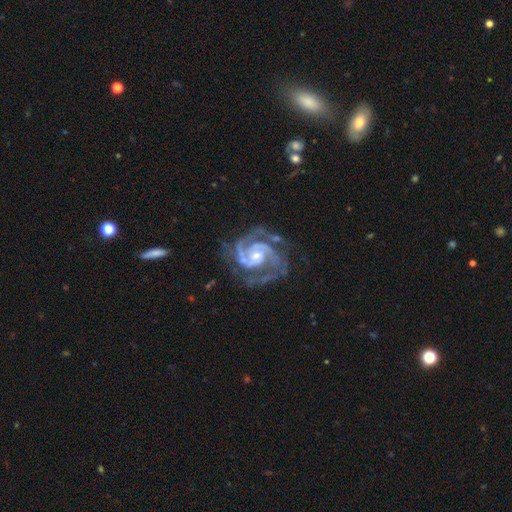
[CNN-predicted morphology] A featured or disk galaxy (94%) with no bar (55%), 2 (67%) tight (52%) spiral arms (99%) and a small central bulge (50%).

Vote fractions:
- Smooth or featured? featured or disk: 94% / star or artifact: 4% / smooth: 2%
- Edge-on disk? no: 98% / yes: 2%
- Bar? no: 55% / weak: 34% / strong: 10%
- Spiral arms? yes: 99% / no: 1%
- Spiral winding? tight: 52% / medium: 43% / loose: 5%
- Spiral arm count? 2: 67% / 3: 21% / can't tell: 4% / 4: 3% / 1: 3% / more than 4: 2%
- Bulge size? small: 50% / moderate: 44% / large: 3% / none: 2% / dominant: 1%
- Merging? none: 66% / minor disturbance: 20% / major disturbance: 12% / merger: 2%